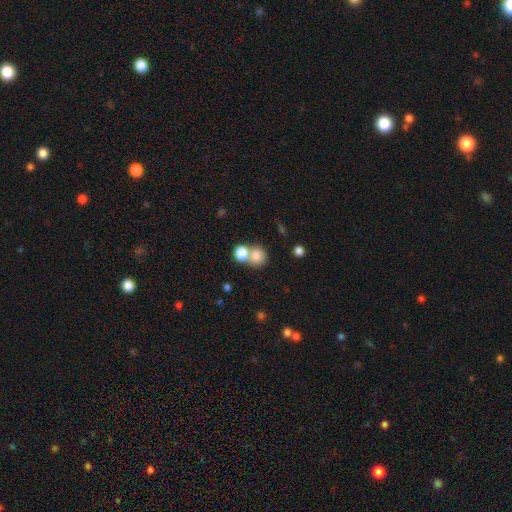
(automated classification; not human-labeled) Morphology: type=smooth (81%); roundness=round (79%); merging=merger (48%).